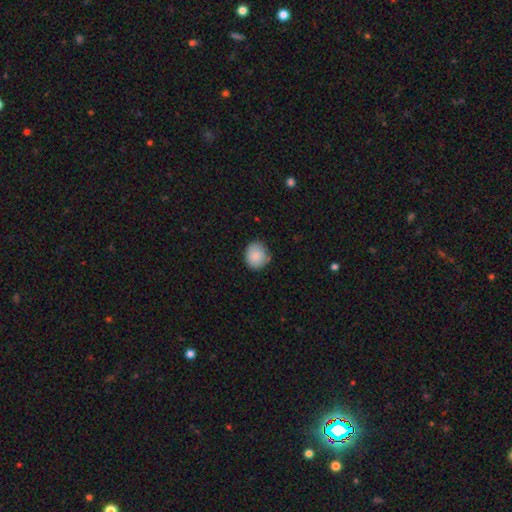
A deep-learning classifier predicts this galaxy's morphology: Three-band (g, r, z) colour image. It shows a smooth galaxy with no disk features (87%) that is round (78%). Merging: none (77%).